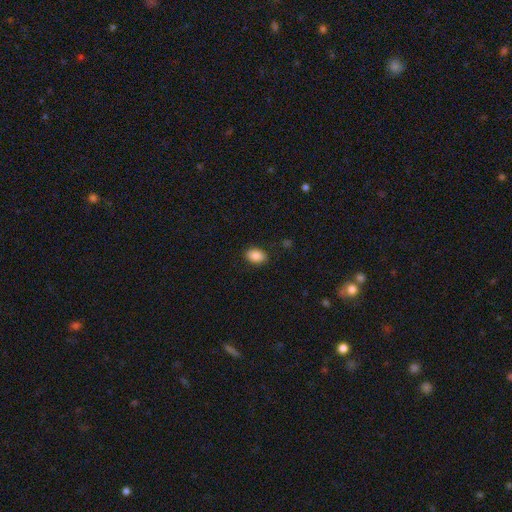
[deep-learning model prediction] Smooth or featured? smooth (87%)
How rounded? in between (81%)
Merging? none (88%)